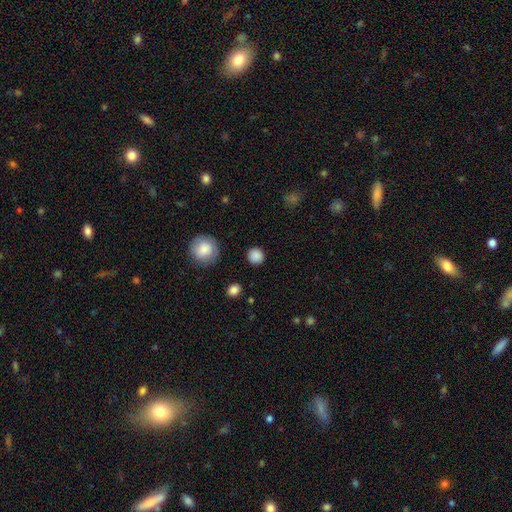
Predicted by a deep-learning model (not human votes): Smooth or featured: smooth — 86% (star or artifact — 9%)
How rounded: round — 92% (in between — 7%)
Merging: none — 88% (minor disturbance — 7%)